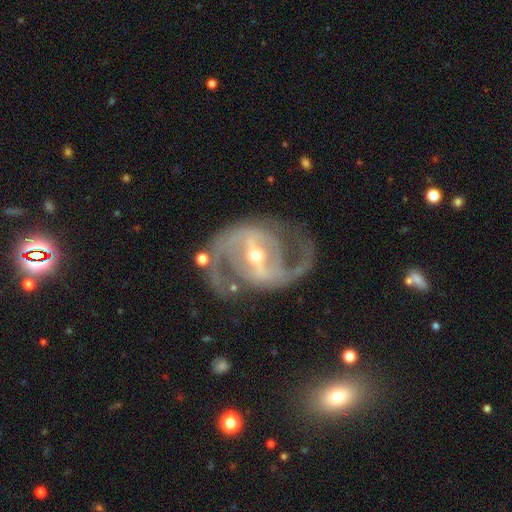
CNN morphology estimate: featured or disk 90%, star or artifact 5%, smooth 5%. Down the decision tree: edge-on disk — no (96%); bar — strong (61%); spiral arms — yes (92%); spiral arm count — 2 (89%); spiral winding — medium (55%); bulge size — small (51%); merging — none (70%).